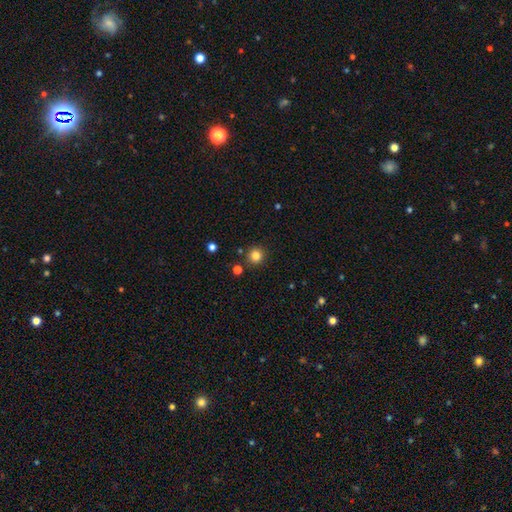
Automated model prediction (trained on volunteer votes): Overall: smooth (82%). How rounded: round (94%). Merging: none (89%).